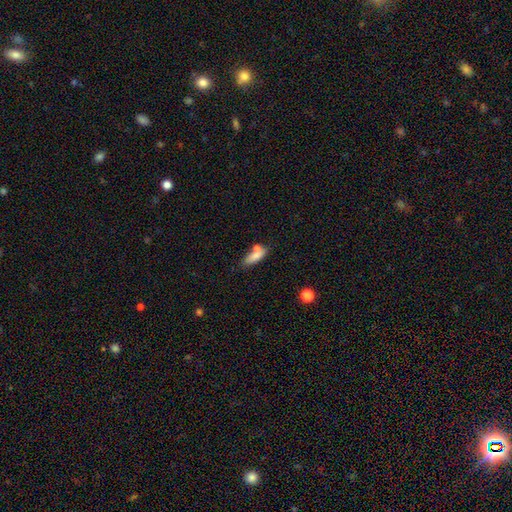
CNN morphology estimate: Smooth or featured? smooth (78%)
How rounded? in between (62%)
Merging? none (54%)